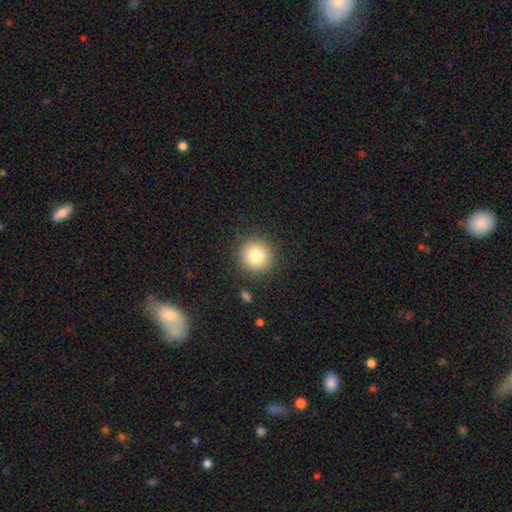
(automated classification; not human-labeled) Smooth or featured? Predicted: smooth (p=0.80). How rounded? Predicted: round (p=0.94). Merging? Predicted: none (p=0.89).